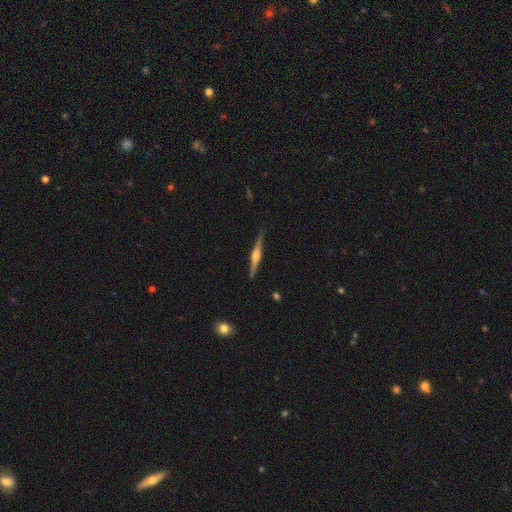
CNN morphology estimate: A featured or disk galaxy (78%) viewed edge-on (98%) with a rounded central bulge (79%).

Vote fractions:
- Smooth or featured? featured or disk: 78% / smooth: 16% / star or artifact: 5%
- Edge-on disk? yes: 98% / no: 2%
- Edge-on bulge? rounded: 79% / boxy: 16% / none: 5%
- Merging? none: 89% / minor disturbance: 8% / major disturbance: 2% / merger: 1%